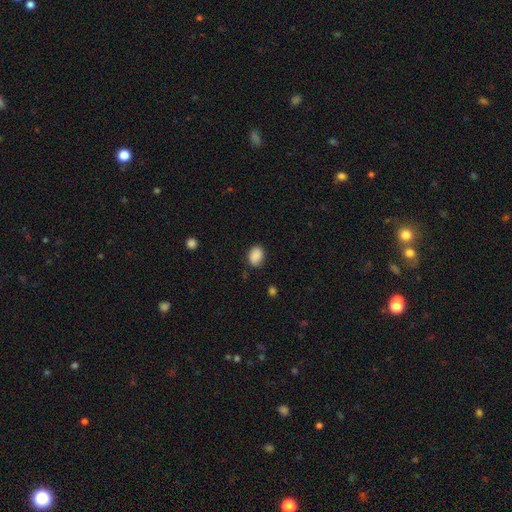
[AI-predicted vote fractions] smooth_or_featured: smooth (p=0.88) [alt: star or artifact p=0.08]
how_rounded: in between (p=0.71) [alt: round p=0.28]
merging: none (p=0.81) [alt: minor disturbance p=0.15]